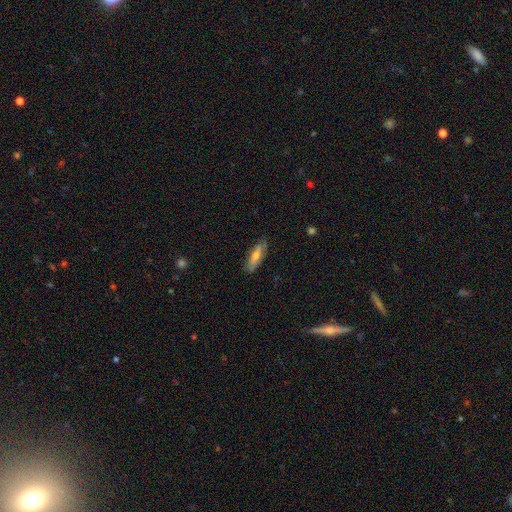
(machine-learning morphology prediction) The model was most divided on "smooth or featured": smooth: 49%, featured or disk: 44%, star or artifact: 7%. More confident: merging — none (81%).